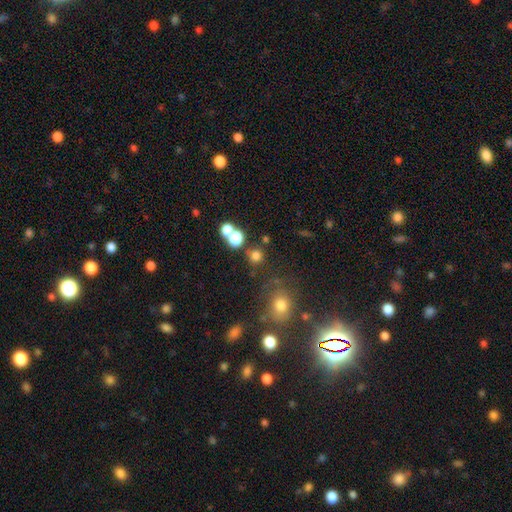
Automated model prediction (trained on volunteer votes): Overall: smooth (75%). How rounded: round (90%). Merging: none (73%).